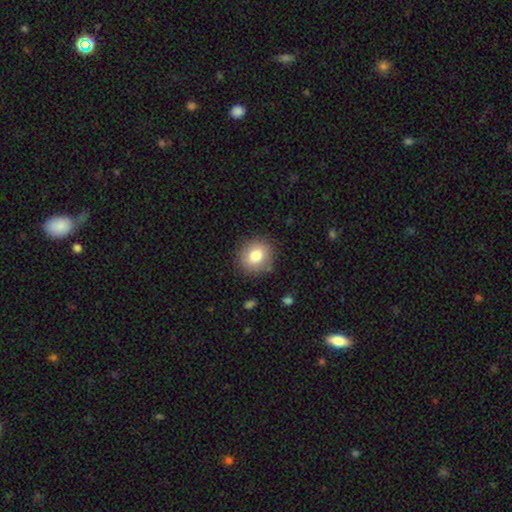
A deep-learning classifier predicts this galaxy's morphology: Smooth or featured? smooth (79%)
How rounded? round (73%)
Merging? none (87%)